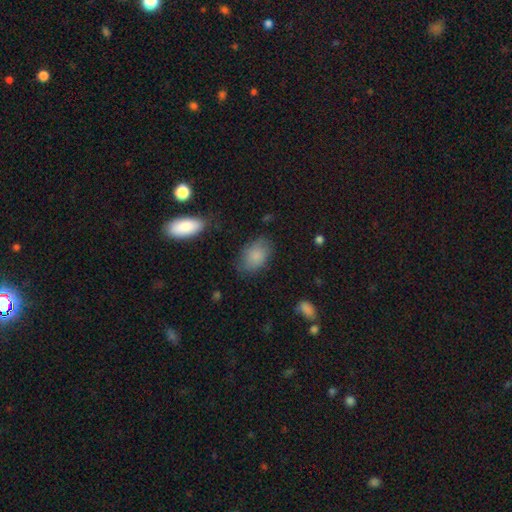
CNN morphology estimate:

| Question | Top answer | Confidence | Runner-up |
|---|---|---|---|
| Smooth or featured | smooth | 83% | featured or disk (10%) |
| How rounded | in between | 86% | round (13%) |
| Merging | none | 71% | minor disturbance (21%) |